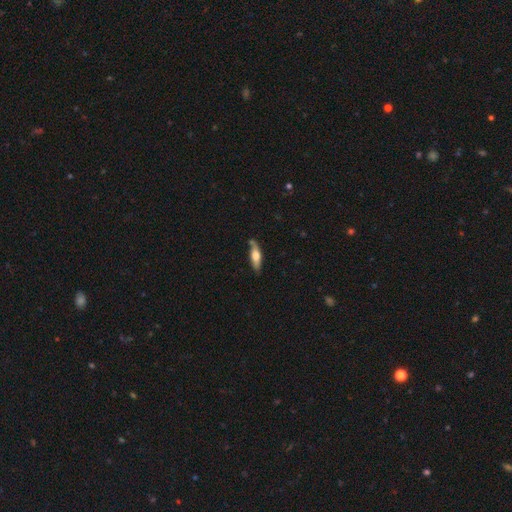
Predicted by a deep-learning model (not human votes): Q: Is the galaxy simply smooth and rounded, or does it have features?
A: smooth — 55%.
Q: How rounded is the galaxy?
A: cigar-shaped — 56%.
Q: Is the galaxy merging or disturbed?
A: none — 72%.